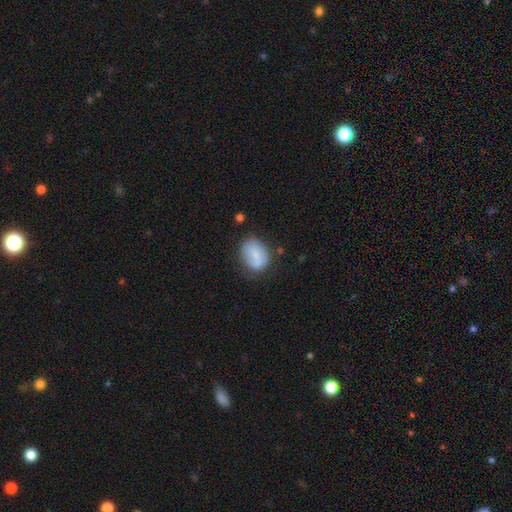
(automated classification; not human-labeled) Overall: smooth (75%). How rounded: in between (64%; round 35%). Merging: none (61%; minor disturbance 26%).